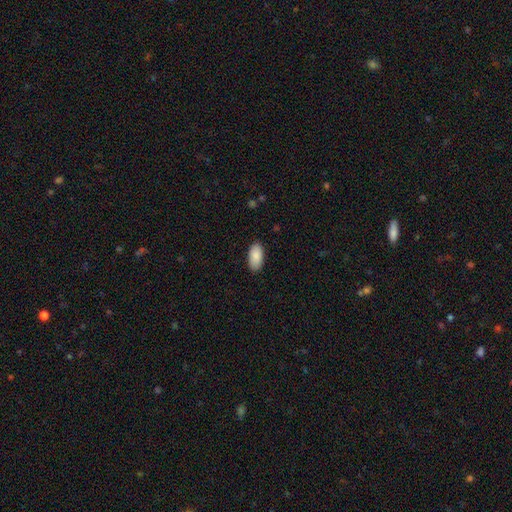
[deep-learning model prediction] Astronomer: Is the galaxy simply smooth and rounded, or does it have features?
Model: smooth — 89%.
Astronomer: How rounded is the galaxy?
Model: in between — 95%.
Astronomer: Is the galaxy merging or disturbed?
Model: none — 88%.